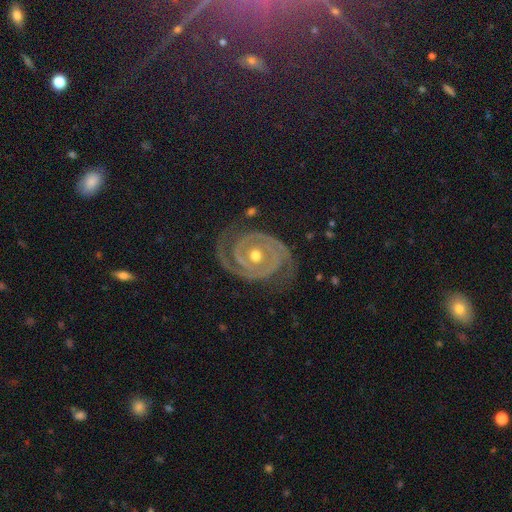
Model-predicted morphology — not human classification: Smooth or featured: featured or disk — 92% (star or artifact — 4%)
Edge-on disk: no — 97% (yes — 3%)
Bar: no — 72% (weak — 19%)
Spiral arms: yes — 98% (no — 2%)
Spiral winding: tight — 74% (medium — 22%)
Spiral arm count: 2 — 87% (3 — 5%)
Bulge size: moderate — 69% (small — 26%)
Merging: none — 78% (minor disturbance — 15%)